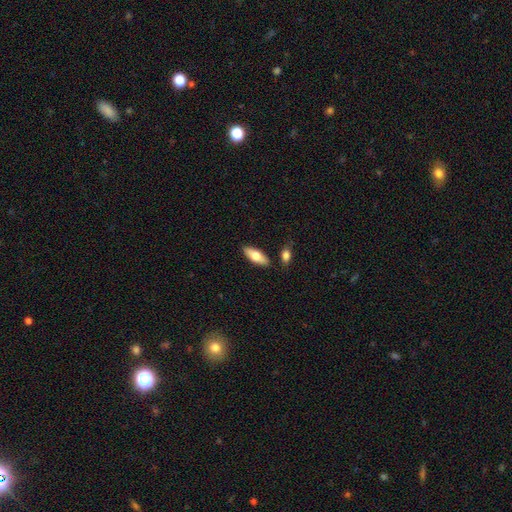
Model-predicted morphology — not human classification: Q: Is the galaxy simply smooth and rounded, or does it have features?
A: smooth — 67%.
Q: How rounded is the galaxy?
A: in between — 71%.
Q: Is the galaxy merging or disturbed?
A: none — 83%.